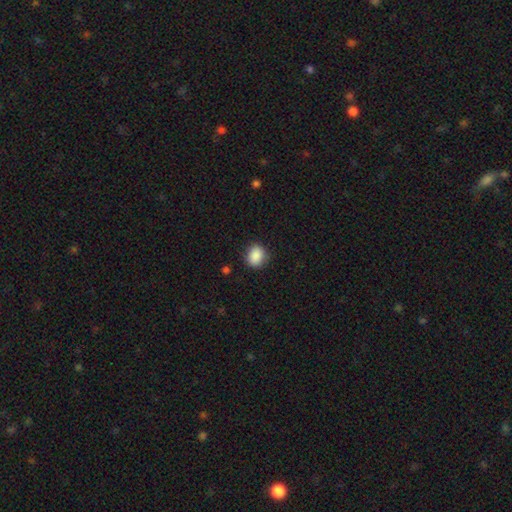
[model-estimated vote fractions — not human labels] Morphology: type=smooth (88%); roundness=round (58%); merging=none (84%).